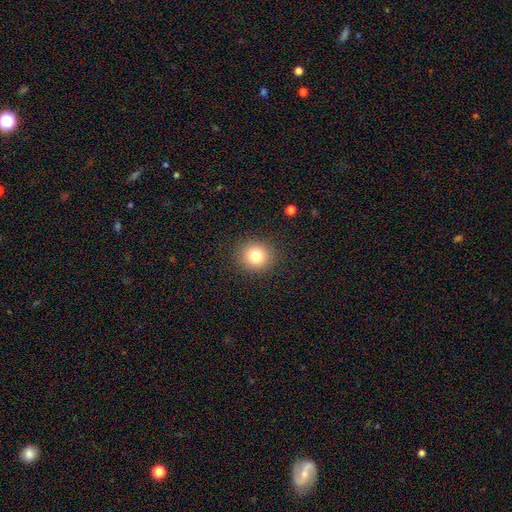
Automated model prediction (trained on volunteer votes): This appears to be a smooth galaxy with no disk features (80%) that is round (86%). Merging: none (90%).